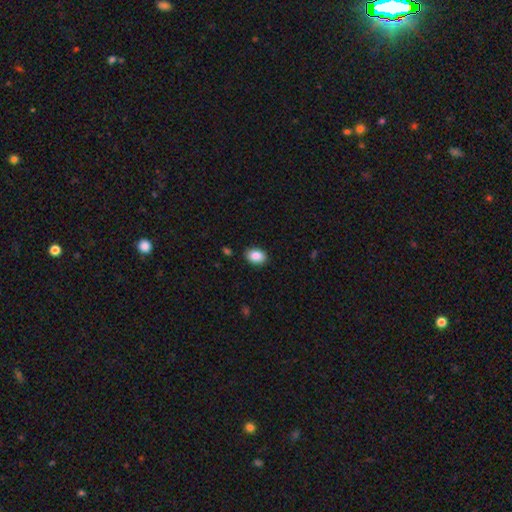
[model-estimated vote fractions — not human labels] This is clearly a smooth galaxy (88%). How rounded: likely in between (80%). Merging: clearly none (88%).